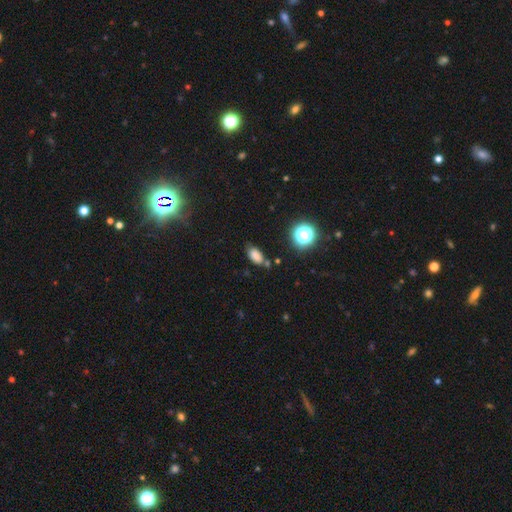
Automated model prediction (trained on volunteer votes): This appears to be a smooth galaxy with no disk features (79%) that is in between round and cigar-shaped (87%). Merging: none (71%).